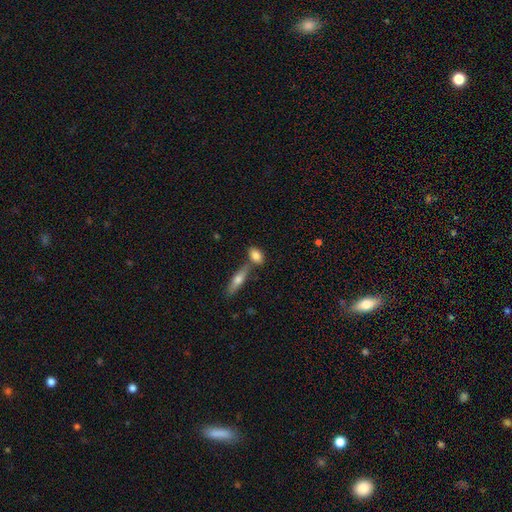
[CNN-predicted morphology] A smooth galaxy with no disk features (80%) that is in between round and cigar-shaped (80%).

Vote fractions:
- Smooth or featured? smooth: 80% / featured or disk: 13% / star or artifact: 7%
- How rounded? in between: 80% / round: 10% / cigar-shaped: 9%
- Merging? none: 57% / merger: 28% / minor disturbance: 12% / major disturbance: 3%